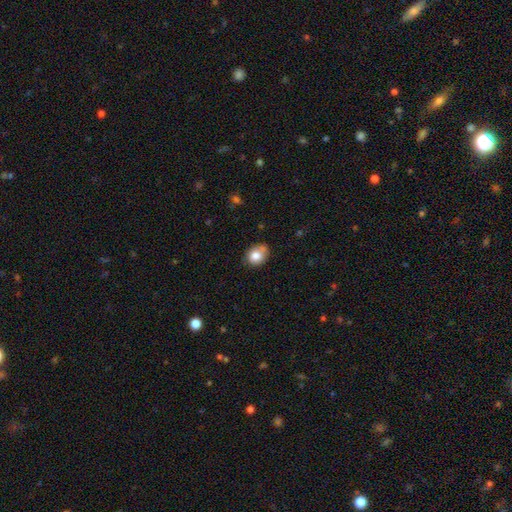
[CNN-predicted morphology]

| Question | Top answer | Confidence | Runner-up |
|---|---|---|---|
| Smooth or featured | smooth | 81% | featured or disk (10%) |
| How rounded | round | 53% | in between (46%) |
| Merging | none | 62% | minor disturbance (28%) |